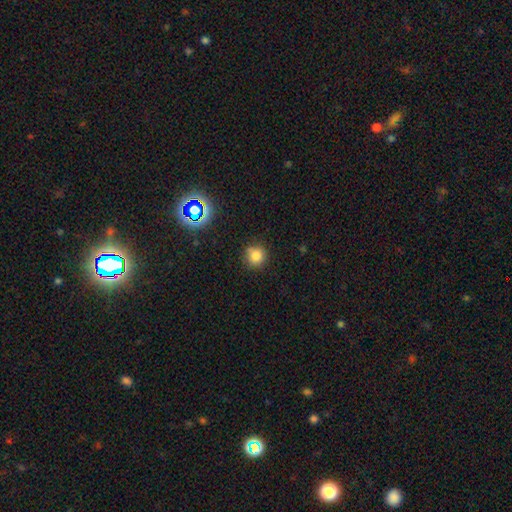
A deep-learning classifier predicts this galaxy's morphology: Smooth or featured?
  - smooth: 80% *
  - star or artifact: 15%
  - featured or disk: 5%
How rounded?
  - round: 91% *
  - in between: 8%
  - cigar-shaped: 1%
Merging?
  - none: 82% *
  - minor disturbance: 13%
  - major disturbance: 3%
  - merger: 2%